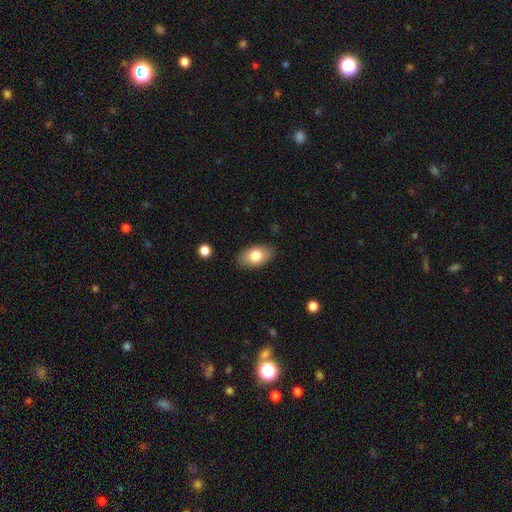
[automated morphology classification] smooth_or_featured: smooth (p=0.79) [alt: featured or disk p=0.14]
how_rounded: in between (p=0.91) [alt: round p=0.07]
merging: none (p=0.85) [alt: minor disturbance p=0.11]